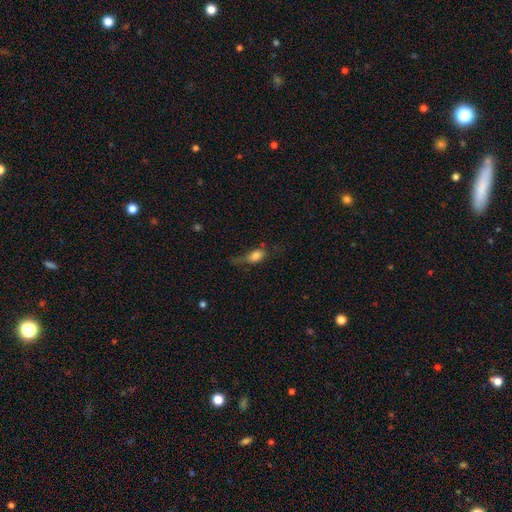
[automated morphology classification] Q: Smooth or featured?
A: smooth (73%); runner-up: featured or disk (18%)
Q: How rounded?
A: in between (79%); runner-up: cigar-shaped (11%)
Q: Merging?
A: none (35%); runner-up: major disturbance (32%)